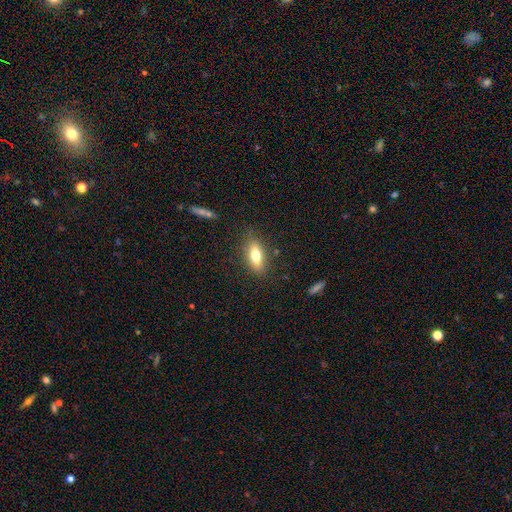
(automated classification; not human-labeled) Smooth or featured?
  - smooth: 70% *
  - featured or disk: 22%
  - star or artifact: 8%
How rounded?
  - in between: 69% *
  - cigar-shaped: 27%
  - round: 4%
Merging?
  - none: 82% *
  - minor disturbance: 13%
  - major disturbance: 4%
  - merger: 2%